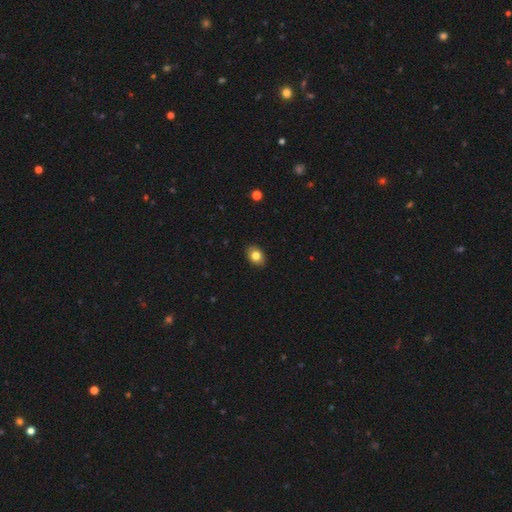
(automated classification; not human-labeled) Smooth or featured? Predicted: smooth (p=0.82). How rounded? Predicted: in between (p=0.68). Merging? Predicted: none (p=0.89).